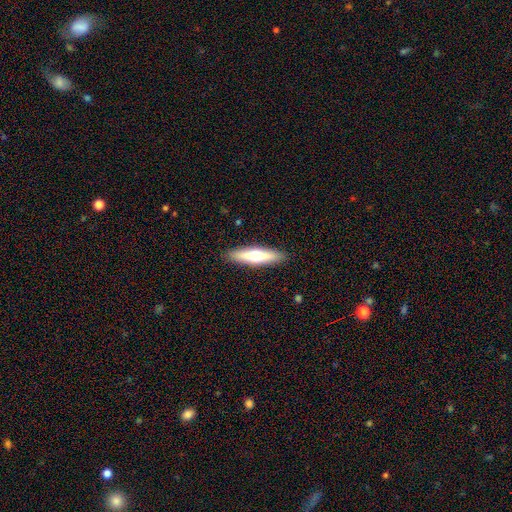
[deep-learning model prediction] A smooth galaxy with no disk features (53%) that is cigar-shaped (76%). Merging: none (90%).